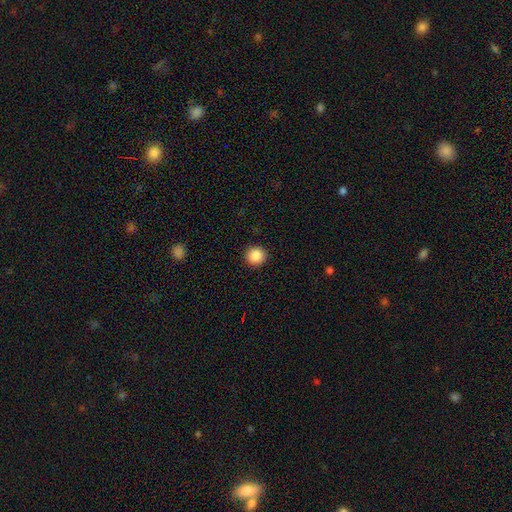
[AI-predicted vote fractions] Q: Smooth or featured?
A: smooth (88%); runner-up: star or artifact (9%)
Q: How rounded?
A: round (94%); runner-up: in between (5%)
Q: Merging?
A: none (92%); runner-up: minor disturbance (5%)